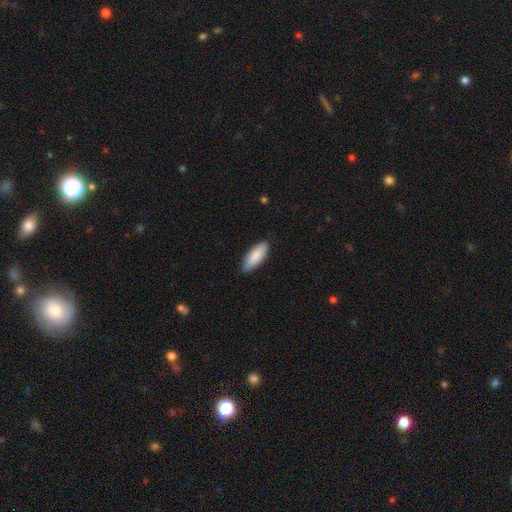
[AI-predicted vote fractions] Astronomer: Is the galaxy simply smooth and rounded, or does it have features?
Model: smooth — 88%.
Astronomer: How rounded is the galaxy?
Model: in between — 73%.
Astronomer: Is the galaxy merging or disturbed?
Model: none — 85%.